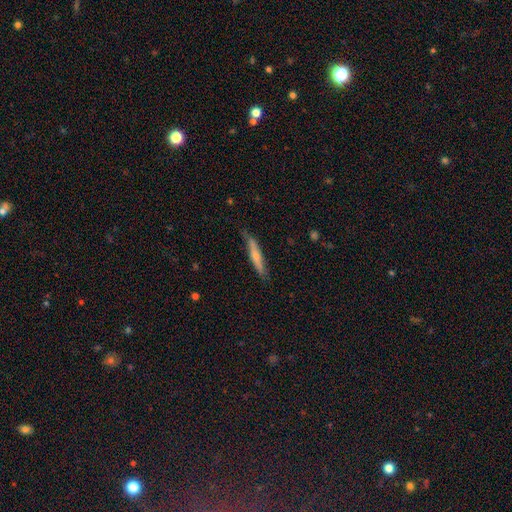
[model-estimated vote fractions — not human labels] This is possibly a smooth galaxy (47%, tied with featured or disk). Merging: likely none (76%).